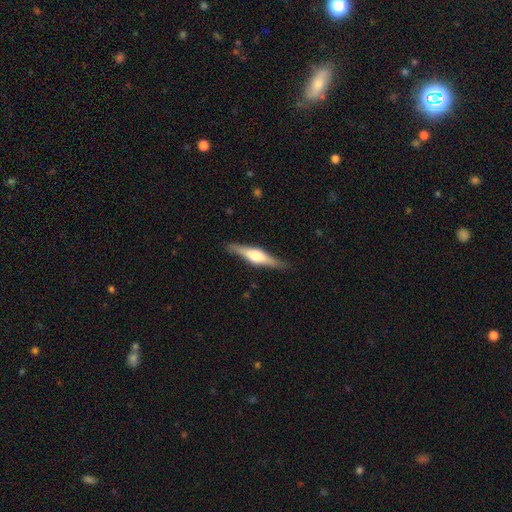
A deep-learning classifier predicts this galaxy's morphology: This appears to be a featured or disk galaxy (69%) viewed edge-on (97%) with a rounded central bulge (84%). Merging: none (87%).